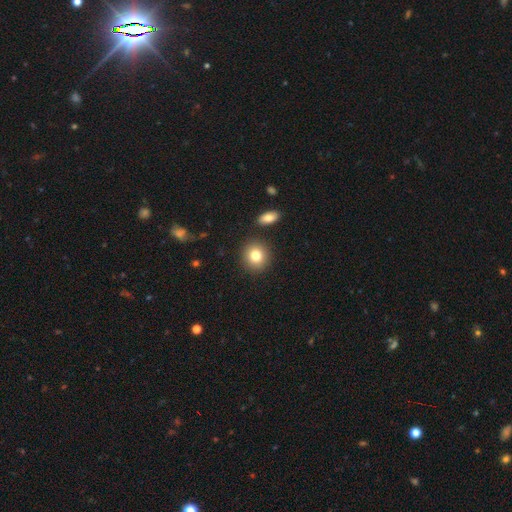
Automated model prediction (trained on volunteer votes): smooth_or_featured: smooth (p=0.81) [alt: star or artifact p=0.09]
how_rounded: round (p=0.83) [alt: in between p=0.16]
merging: none (p=0.86) [alt: minor disturbance p=0.07]